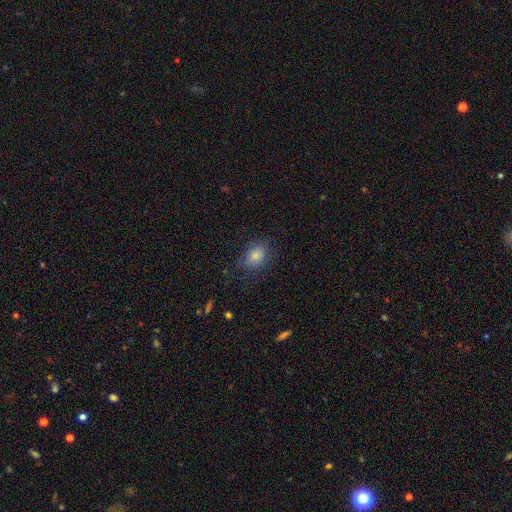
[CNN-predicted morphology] Smooth or featured?
  - smooth: 83% *
  - star or artifact: 9%
  - featured or disk: 8%
How rounded?
  - in between: 70% *
  - round: 28%
  - cigar-shaped: 1%
Merging?
  - none: 76% *
  - minor disturbance: 16%
  - major disturbance: 7%
  - merger: 1%